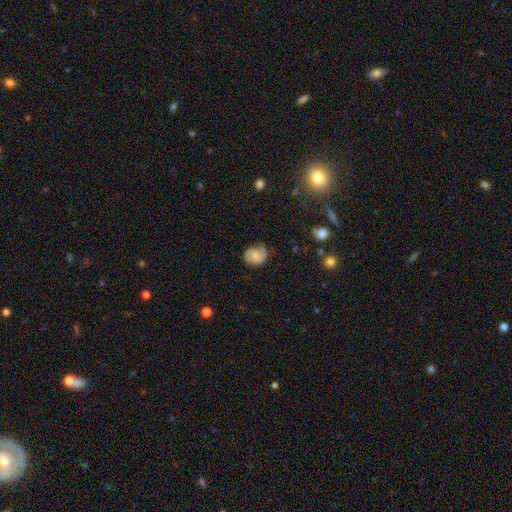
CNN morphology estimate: Smooth or featured? featured or disk (53%)
Edge-on disk? no (98%)
Bar? no (59%)
Spiral arms? yes (89%)
Bulge size? small (40%)
Merging? none (63%)